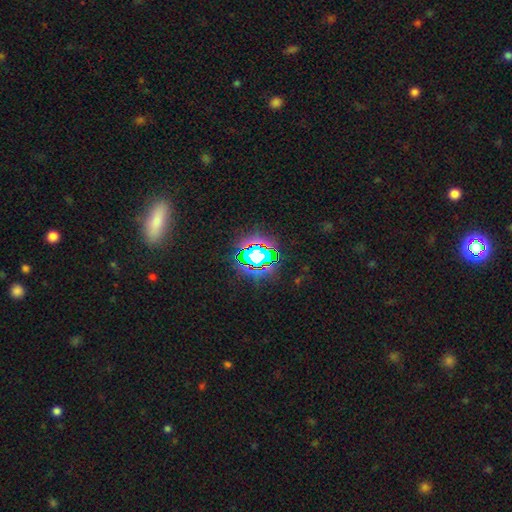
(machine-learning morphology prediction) Q: Smooth or featured?
A: star or artifact (67%); runner-up: smooth (19%)